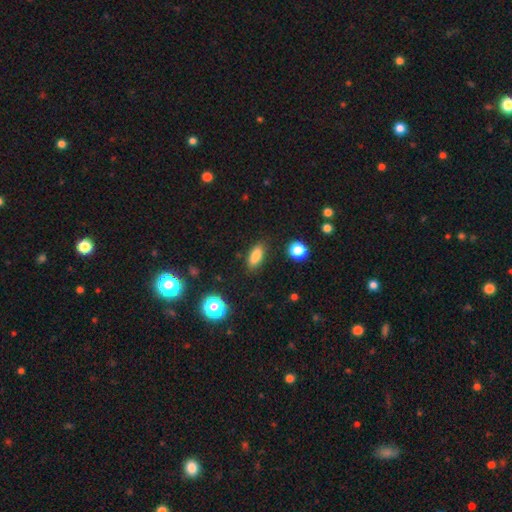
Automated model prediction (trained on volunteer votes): Morphology: type=smooth (83%); roundness=in between (77%); merging=none (85%).